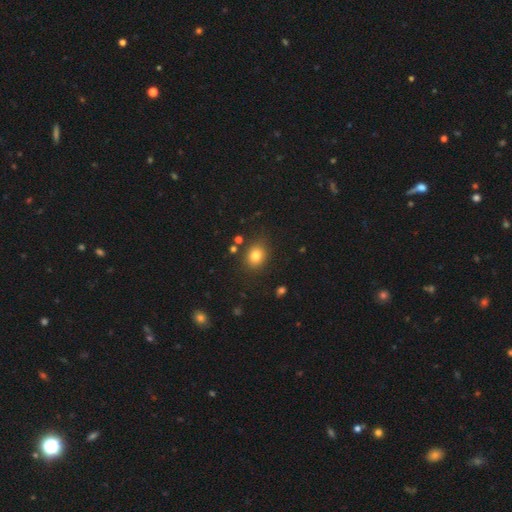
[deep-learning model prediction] Overall: smooth (80%). How rounded: round (59%; in between 41%). Merging: none (83%).